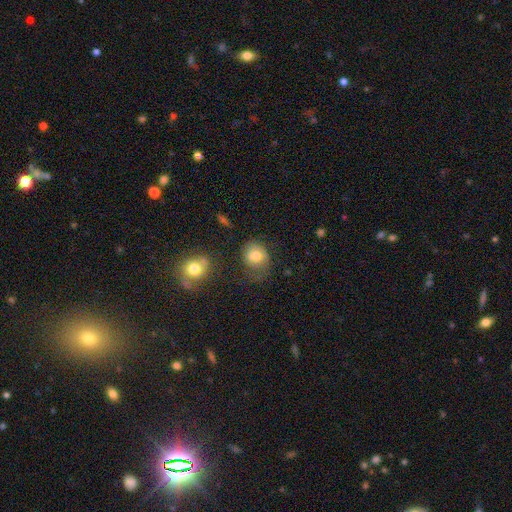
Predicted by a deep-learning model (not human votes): This is likely a smooth galaxy (74%). How rounded: possibly round (59%). Merging: possibly none (52%).